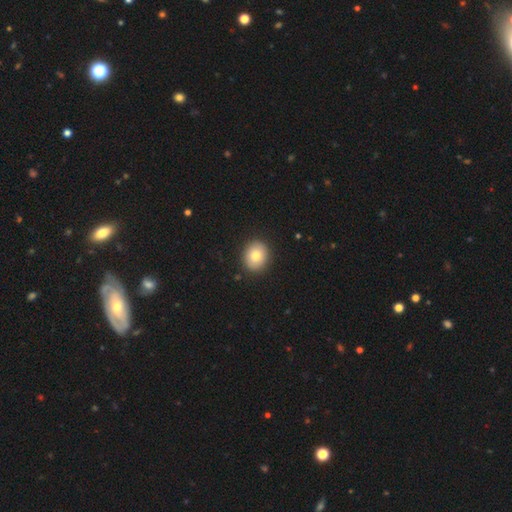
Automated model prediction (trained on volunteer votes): A smooth galaxy with no disk features (78%) that is round (68%).

Vote fractions:
- Smooth or featured? smooth: 78% / featured or disk: 13% / star or artifact: 9%
- How rounded? round: 68% / in between: 31% / cigar-shaped: 1%
- Merging? none: 90% / minor disturbance: 7% / major disturbance: 2% / merger: 1%